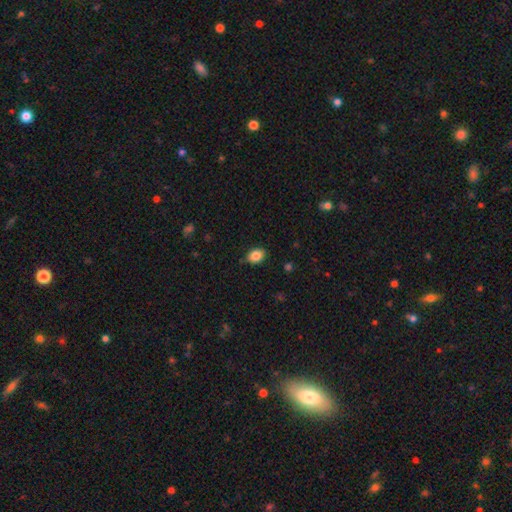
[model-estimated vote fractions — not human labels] A smooth galaxy with no disk features (86%) that is in between round and cigar-shaped (75%). Merging: none (84%).